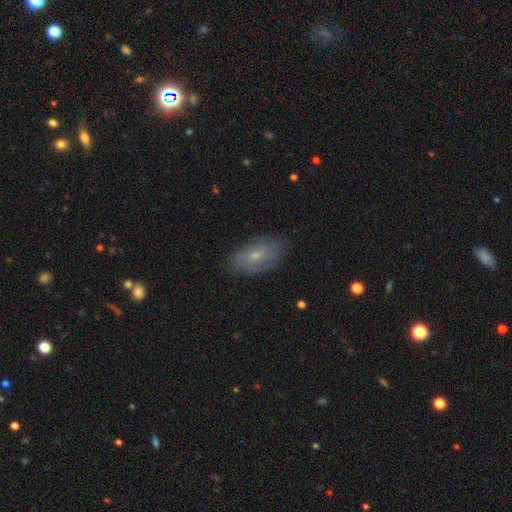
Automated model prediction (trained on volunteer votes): A smooth galaxy with no disk features (56%) that is in between round and cigar-shaped (91%).

Vote fractions:
- Smooth or featured? smooth: 56% / featured or disk: 36% / star or artifact: 9%
- How rounded? in between: 91% / round: 6% / cigar-shaped: 3%
- Merging? none: 79% / minor disturbance: 16% / major disturbance: 4% / merger: 1%